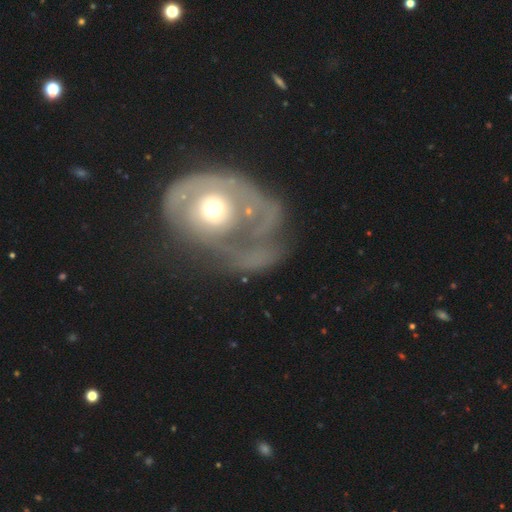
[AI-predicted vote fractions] The model was most divided on "spiral arms": no: 55%, yes: 45%. More confident: edge-on disk — no (96%); bar — no (86%); bulge size — moderate (69%); smooth or featured — featured or disk (67%); merging — major disturbance (53%).